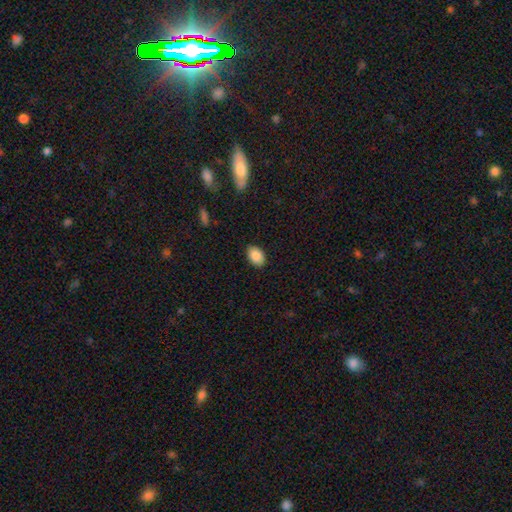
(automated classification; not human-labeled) Smooth or featured? smooth (88%)
How rounded? in between (88%)
Merging? none (88%)